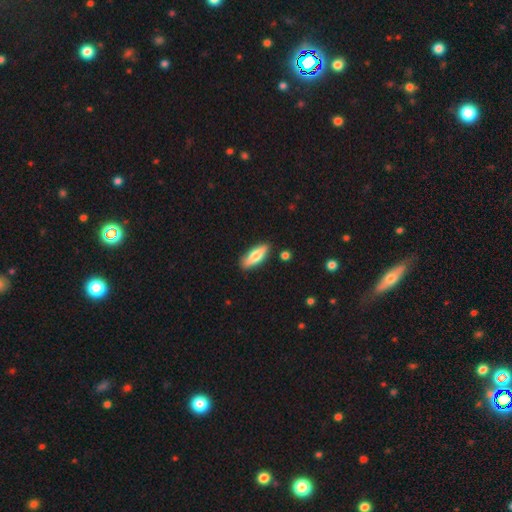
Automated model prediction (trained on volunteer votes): smooth_or_featured: smooth (p=0.64) [alt: featured or disk p=0.30]
how_rounded: in between (p=0.53) [alt: cigar-shaped p=0.45]
merging: none (p=0.85) [alt: minor disturbance p=0.11]